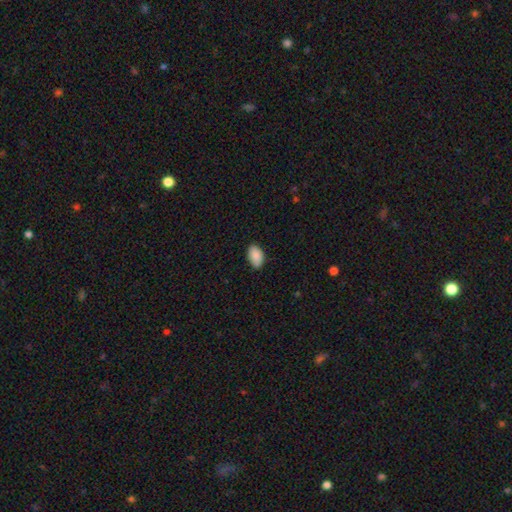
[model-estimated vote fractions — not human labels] Smooth or featured? smooth (89%)
How rounded? in between (93%)
Merging? none (83%)